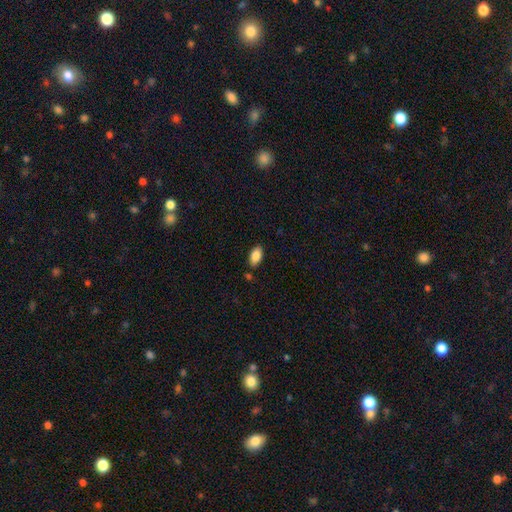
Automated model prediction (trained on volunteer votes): smooth-or-featured: smooth: 86% | star or artifact: 7% | featured or disk: 7%
  how-rounded: in between: 93% | cigar-shaped: 4% | round: 3%
  merging: none: 83% | minor disturbance: 11% | merger: 4% | major disturbance: 2%